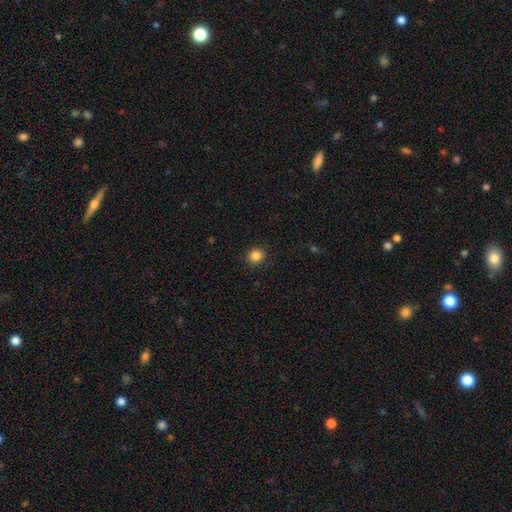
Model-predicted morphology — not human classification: A smooth galaxy with no disk features (86%) that is round (88%).

Vote fractions:
- Smooth or featured? smooth: 86% / star or artifact: 11% / featured or disk: 4%
- How rounded? round: 88% / in between: 12% / cigar-shaped: 1%
- Merging? none: 91% / minor disturbance: 6% / major disturbance: 2% / merger: 1%